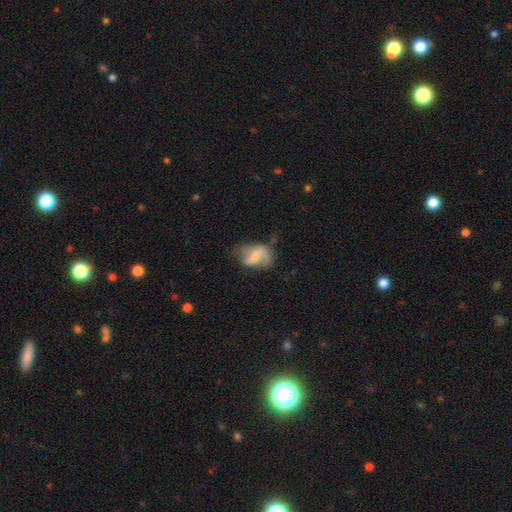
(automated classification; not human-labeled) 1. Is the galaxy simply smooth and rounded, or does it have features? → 54% featured or disk, 38% smooth, 8% star or artifact.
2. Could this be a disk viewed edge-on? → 97% no, 3% yes.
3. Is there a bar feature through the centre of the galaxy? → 45% no, 42% weak, 13% strong.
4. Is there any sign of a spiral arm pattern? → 82% yes, 18% no.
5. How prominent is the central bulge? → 45% small, 28% moderate, 22% none, 4% large, 1% dominant.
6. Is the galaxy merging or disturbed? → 45% none, 31% minor disturbance, 21% major disturbance, 3% merger.